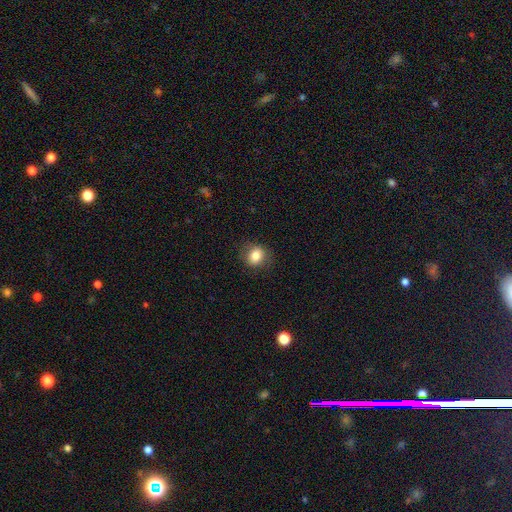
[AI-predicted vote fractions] A smooth galaxy with no disk features (81%) that is round (66%).

Vote fractions:
- Smooth or featured? smooth: 81% / star or artifact: 10% / featured or disk: 9%
- How rounded? round: 66% / in between: 33% / cigar-shaped: 1%
- Merging? none: 84% / minor disturbance: 12% / major disturbance: 4% / merger: 1%